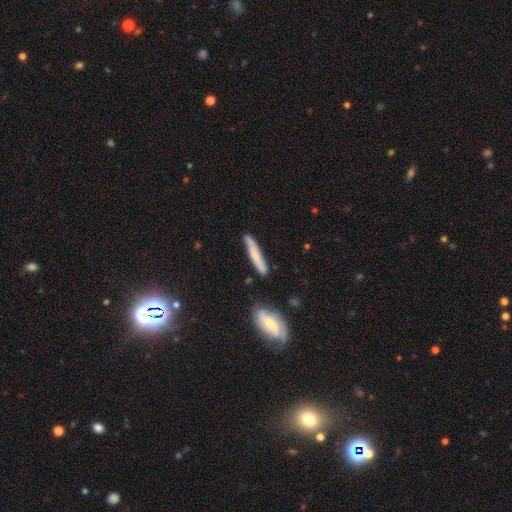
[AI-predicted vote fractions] Smooth or featured? Predicted: smooth (p=0.65). How rounded? Predicted: cigar-shaped (p=0.91). Merging? Predicted: none (p=0.76).